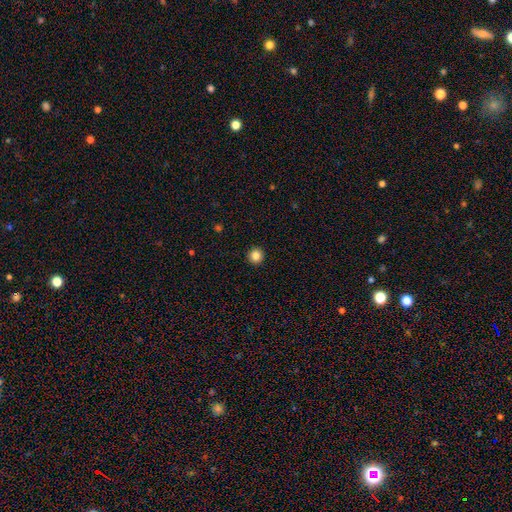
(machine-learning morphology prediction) A smooth galaxy with no disk features (84%) that is round (96%). Merging: none (94%).